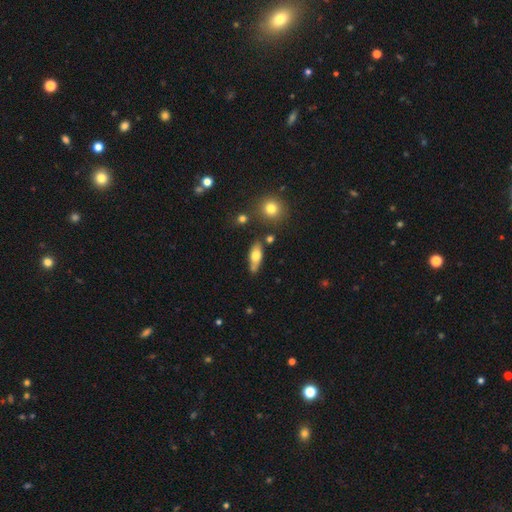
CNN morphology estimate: Smooth or featured: smooth — 66% (featured or disk — 27%)
How rounded: in between — 75% (cigar-shaped — 21%)
Merging: none — 66% (minor disturbance — 19%)